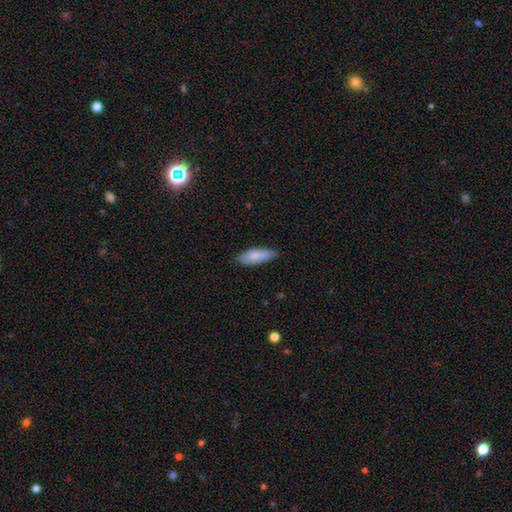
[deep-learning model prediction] Overall: smooth (82%). How rounded: in between (55%; cigar-shaped 43%). Merging: none (79%).